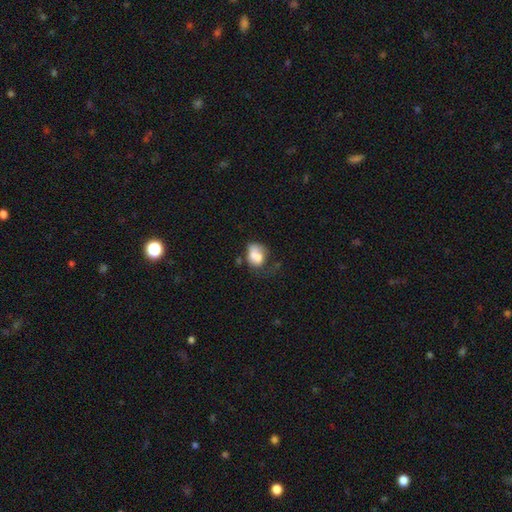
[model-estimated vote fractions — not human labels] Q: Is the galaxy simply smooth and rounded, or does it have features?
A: smooth — 66%.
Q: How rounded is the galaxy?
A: in between — 60%.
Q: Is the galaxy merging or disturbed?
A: merger — 33%.